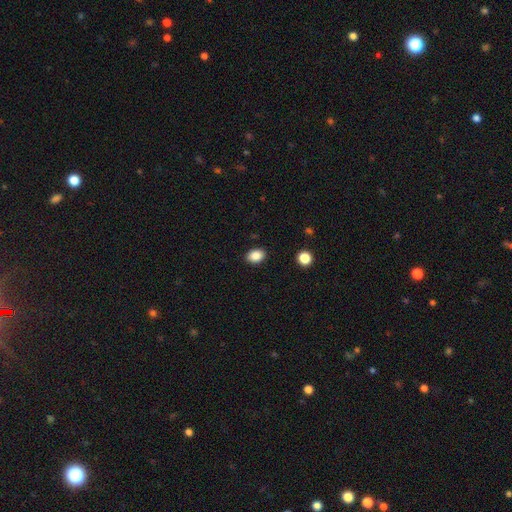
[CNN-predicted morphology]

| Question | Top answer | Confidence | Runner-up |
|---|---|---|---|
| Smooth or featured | smooth | 87% | star or artifact (9%) |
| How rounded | in between | 71% | round (28%) |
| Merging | none | 89% | minor disturbance (8%) |